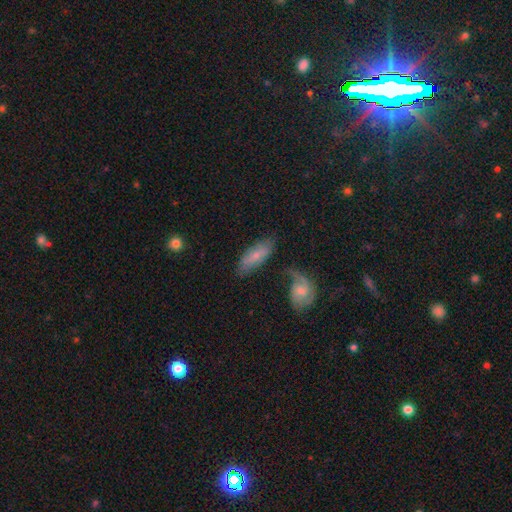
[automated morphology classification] Overall: smooth (62%; featured or disk 31%). How rounded: in between (72%). Merging: none (57%; minor disturbance 21%).